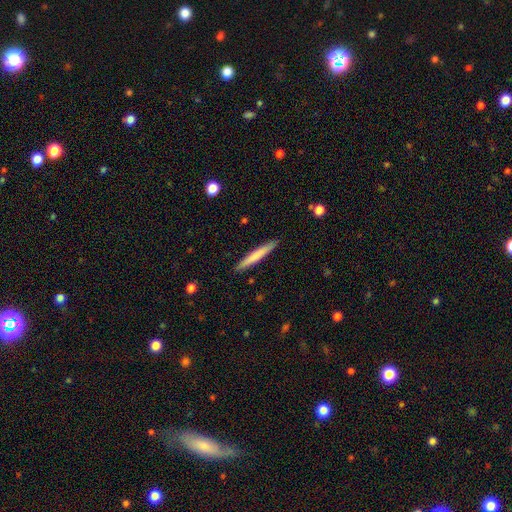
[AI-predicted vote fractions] smooth 71%, featured or disk 24%, star or artifact 5%. Down the decision tree: how rounded — cigar-shaped (96%); merging — none (90%).